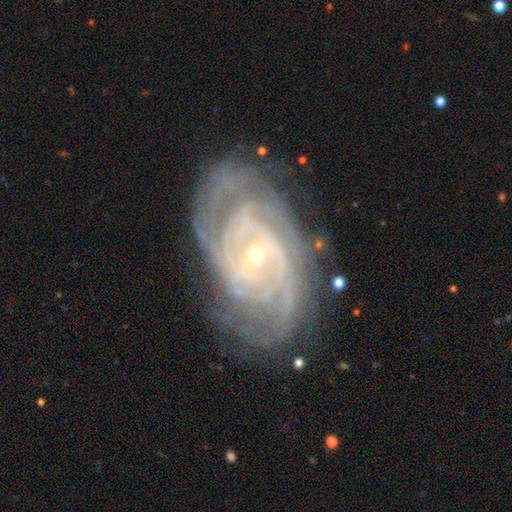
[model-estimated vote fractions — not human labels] Smooth or featured? featured or disk (90%)
Edge-on disk? no (97%)
Bar? no (51%)
Spiral arms? yes (98%)
Spiral winding? tight (73%)
Spiral arm count? can't tell (22%, tied with 4)
Bulge size? small (86%)
Merging? none (78%)